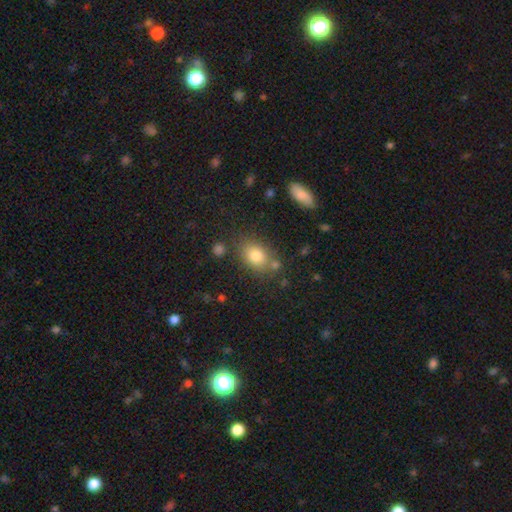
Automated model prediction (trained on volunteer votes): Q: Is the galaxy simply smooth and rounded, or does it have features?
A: smooth — 79%.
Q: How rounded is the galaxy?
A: in between — 69%.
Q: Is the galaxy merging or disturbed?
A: none — 73%.